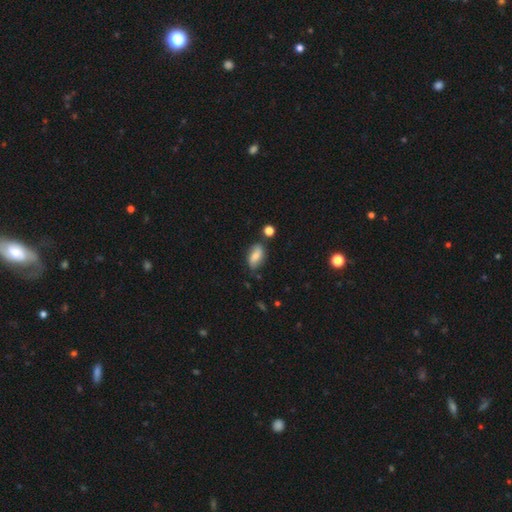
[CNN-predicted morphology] Smooth or featured?
  - smooth: 68% *
  - featured or disk: 23%
  - star or artifact: 9%
How rounded?
  - in between: 88% *
  - round: 6%
  - cigar-shaped: 6%
Merging?
  - none: 72% *
  - minor disturbance: 19%
  - merger: 5%
  - major disturbance: 4%